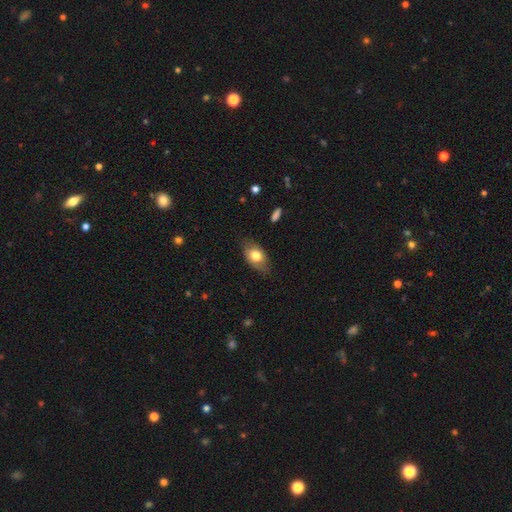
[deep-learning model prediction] Q: Smooth or featured?
A: smooth (73%); runner-up: featured or disk (20%)
Q: How rounded?
A: in between (86%); runner-up: round (11%)
Q: Merging?
A: none (75%); runner-up: minor disturbance (20%)